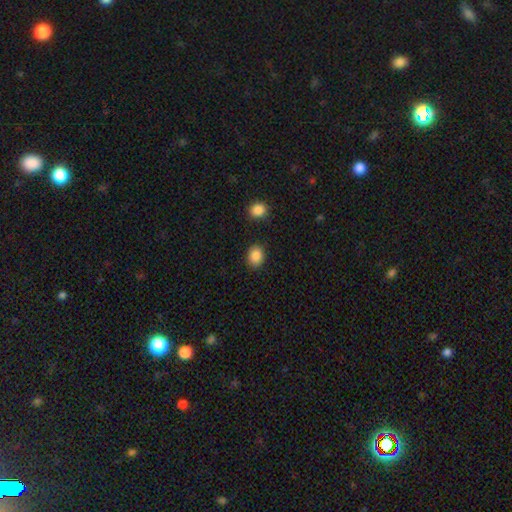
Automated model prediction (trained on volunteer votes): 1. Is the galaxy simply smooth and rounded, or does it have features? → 87% smooth, 9% star or artifact, 4% featured or disk.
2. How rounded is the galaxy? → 55% round, 44% in between, 1% cigar-shaped.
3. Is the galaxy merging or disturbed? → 85% none, 9% minor disturbance, 3% merger, 3% major disturbance.